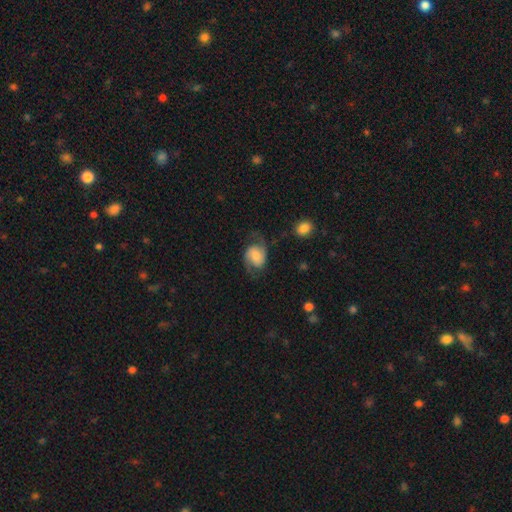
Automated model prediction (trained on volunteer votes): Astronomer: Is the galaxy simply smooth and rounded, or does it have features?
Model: featured or disk — 62%.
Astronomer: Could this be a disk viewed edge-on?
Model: no — 98%.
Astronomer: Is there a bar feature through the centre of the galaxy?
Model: no — 62%.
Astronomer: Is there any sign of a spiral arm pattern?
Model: yes — 92%.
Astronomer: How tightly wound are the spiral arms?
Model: medium — 44% (runner-up: loose, 38%).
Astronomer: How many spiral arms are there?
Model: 2 — 90%.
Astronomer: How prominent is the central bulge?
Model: moderate — 37% (runner-up: small, 31%).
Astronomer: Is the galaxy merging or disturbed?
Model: none — 63%.